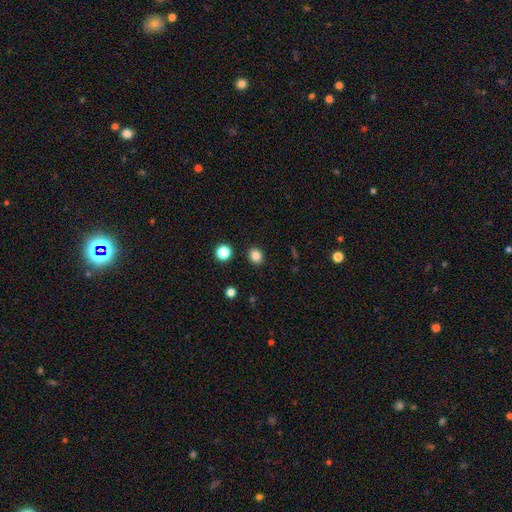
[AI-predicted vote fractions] A smooth galaxy with no disk features (83%) that is round (74%).

Vote fractions:
- Smooth or featured? smooth: 83% / star or artifact: 12% / featured or disk: 5%
- How rounded? round: 74% / in between: 25% / cigar-shaped: 1%
- Merging? none: 90% / minor disturbance: 6% / major disturbance: 2% / merger: 2%